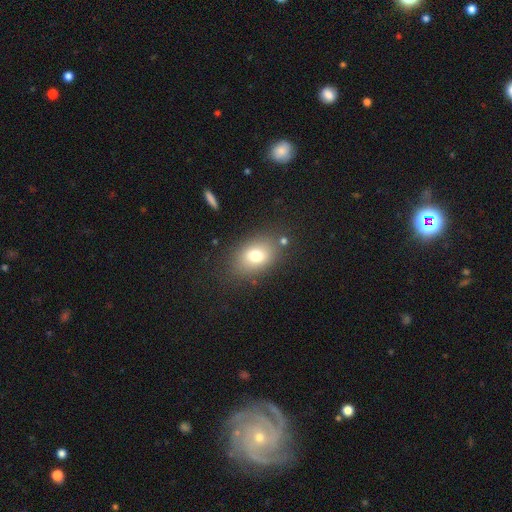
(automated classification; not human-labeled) Q: Smooth or featured?
A: smooth (76%); runner-up: featured or disk (13%)
Q: How rounded?
A: in between (77%); runner-up: round (21%)
Q: Merging?
A: none (77%); runner-up: minor disturbance (13%)